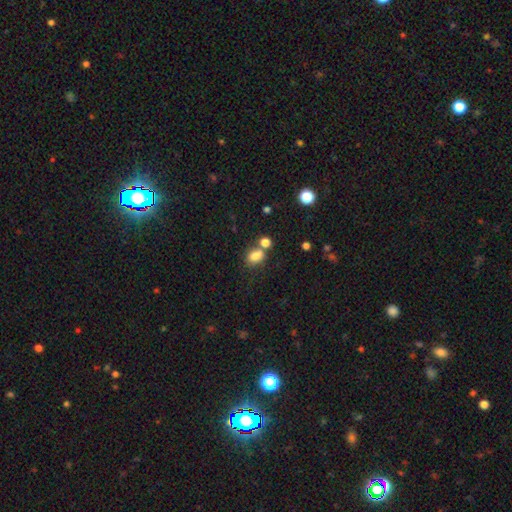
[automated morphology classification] The model was most divided on "merging": none: 53%, merger: 30%, minor disturbance: 13%, major disturbance: 4%. More confident: smooth or featured — smooth (81%); how rounded — in between (68%).